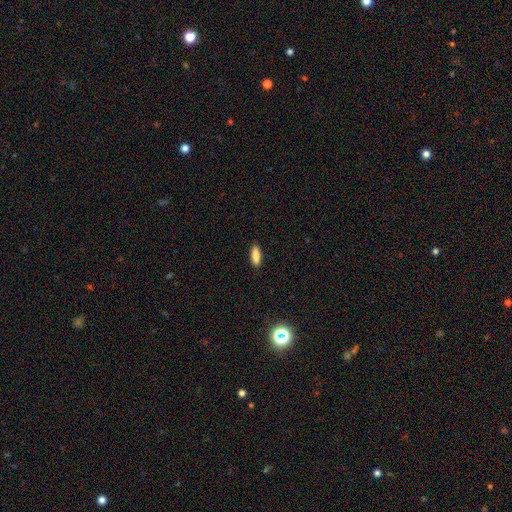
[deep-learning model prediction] Overall: smooth (86%). How rounded: in between (53%; cigar-shaped 45%). Merging: none (89%).